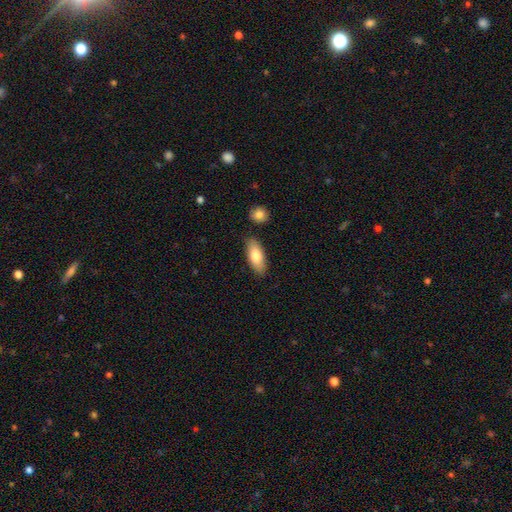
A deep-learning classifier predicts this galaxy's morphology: This is likely a smooth galaxy (79%). How rounded: clearly in between (83%). Merging: clearly none (83%).